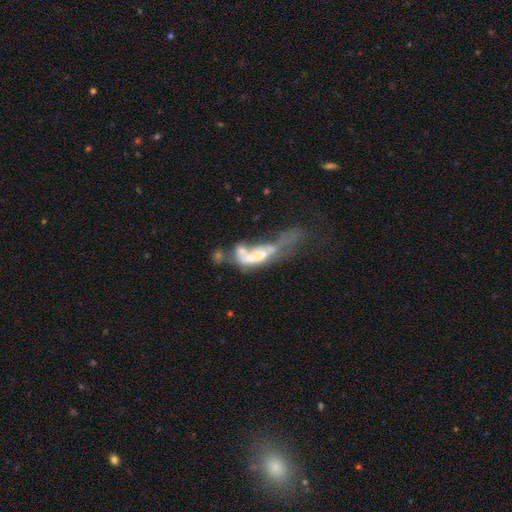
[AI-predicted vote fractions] A featured or disk galaxy (52%). Merging: merger (44%).